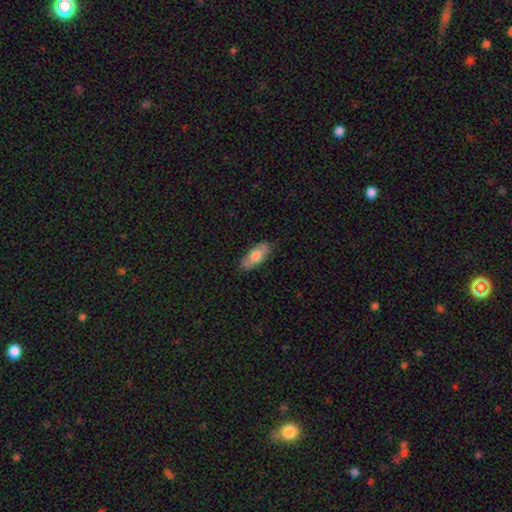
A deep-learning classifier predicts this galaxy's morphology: smooth-or-featured: smooth: 69% | featured or disk: 25% | star or artifact: 6%
  how-rounded: in between: 79% | cigar-shaped: 19% | round: 3%
  merging: none: 79% | minor disturbance: 17% | major disturbance: 3% | merger: 1%